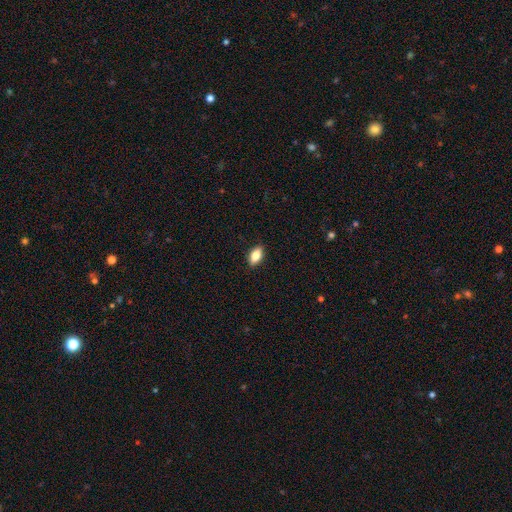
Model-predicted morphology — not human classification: Q: Smooth or featured?
A: smooth (82%); runner-up: featured or disk (10%)
Q: How rounded?
A: in between (90%); runner-up: cigar-shaped (5%)
Q: Merging?
A: none (89%); runner-up: minor disturbance (8%)